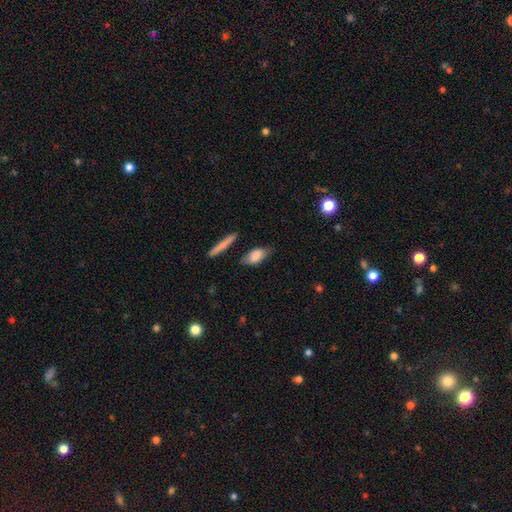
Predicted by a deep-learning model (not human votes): Smooth or featured? Predicted: smooth (p=0.78). How rounded? Predicted: in between (p=0.82). Merging? Predicted: none (p=0.69).